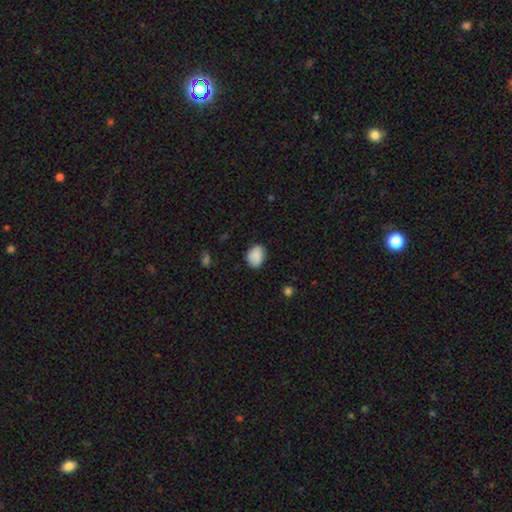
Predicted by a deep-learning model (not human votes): A smooth galaxy with no disk features (89%) that is in between round and cigar-shaped (67%).

Vote fractions:
- Smooth or featured? smooth: 89% / star or artifact: 7% / featured or disk: 4%
- How rounded? in between: 67% / round: 32% / cigar-shaped: 1%
- Merging? none: 81% / minor disturbance: 15% / major disturbance: 3% / merger: 1%